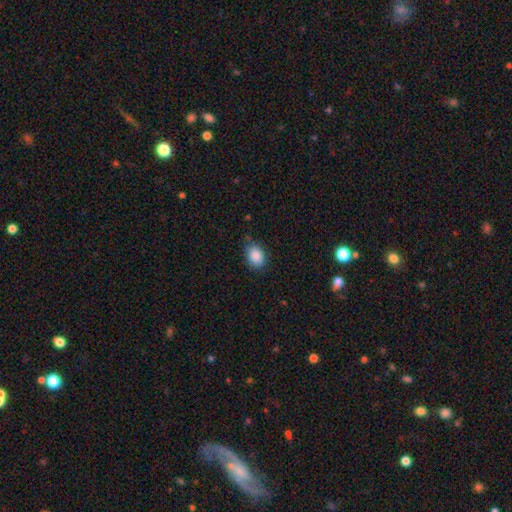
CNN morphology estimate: type=smooth (88%); roundness=in between (73%); merging=none (74%).